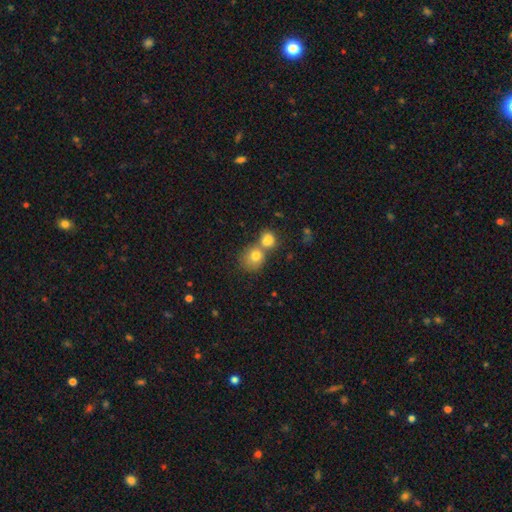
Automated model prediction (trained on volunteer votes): Smooth or featured: smooth — 77% (featured or disk — 11%)
How rounded: round — 79% (in between — 20%)
Merging: merger — 50% (none — 39%)